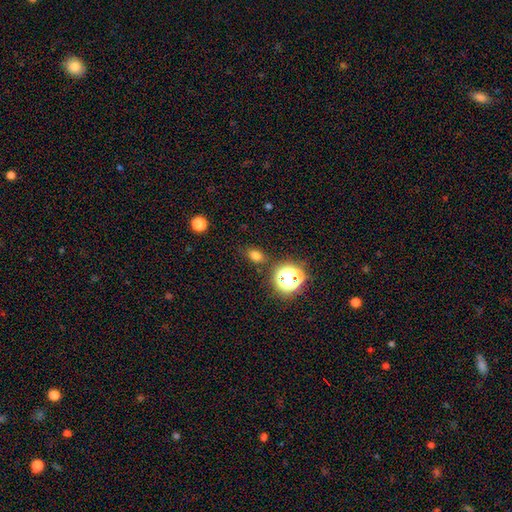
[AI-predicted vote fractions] Smooth or featured? smooth (71%)
How rounded? in between (66%)
Merging? none (81%)